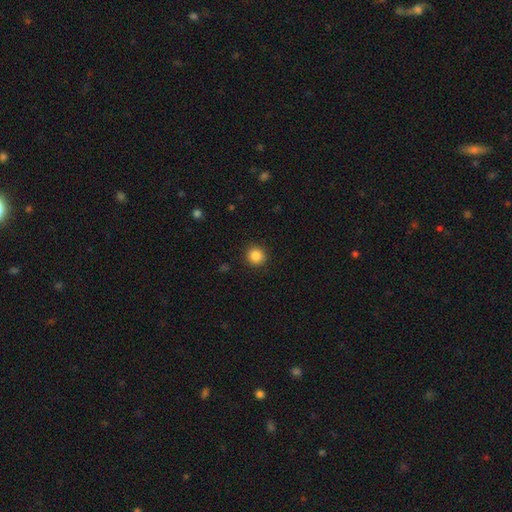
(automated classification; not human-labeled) This appears to be a smooth galaxy with no disk features (86%) that is round (93%). Merging: none (91%).